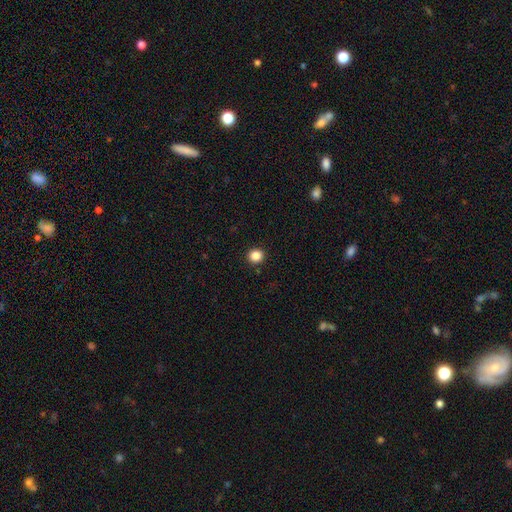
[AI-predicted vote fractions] Overall: smooth (86%). How rounded: round (88%). Merging: none (93%).